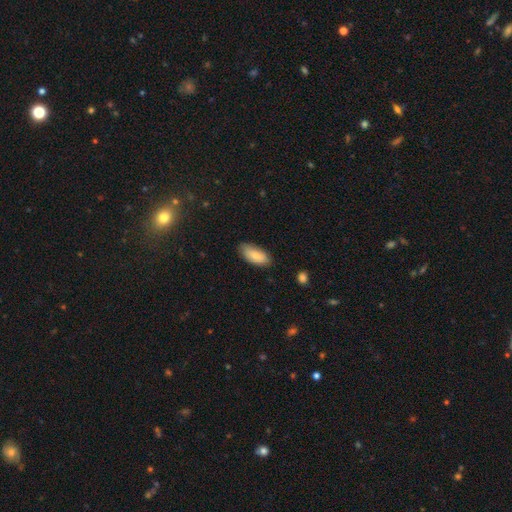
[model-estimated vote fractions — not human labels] Morphology: type=smooth (84%); roundness=in between (90%); merging=none (79%).